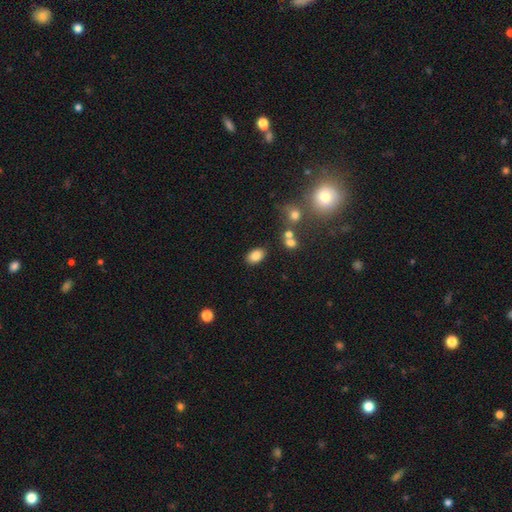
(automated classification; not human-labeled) smooth 82%, star or artifact 10%, featured or disk 8%. Down the decision tree: how rounded — in between (85%); merging — none (83%).